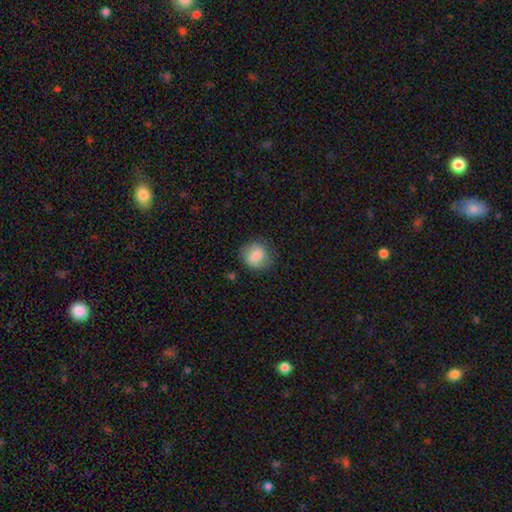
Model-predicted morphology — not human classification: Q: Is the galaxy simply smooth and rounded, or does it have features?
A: smooth — 77%.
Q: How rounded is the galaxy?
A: round — 79%.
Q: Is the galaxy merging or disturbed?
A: none — 76%.